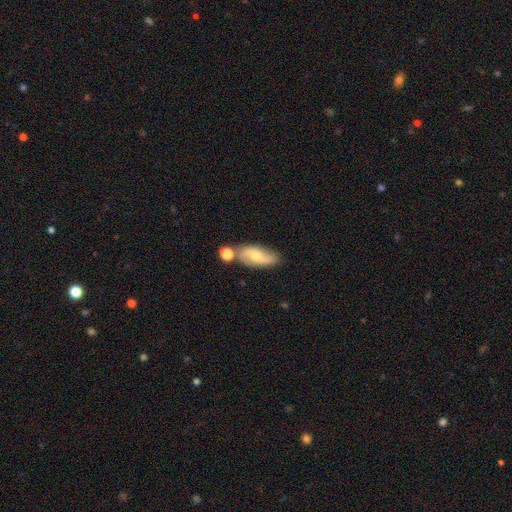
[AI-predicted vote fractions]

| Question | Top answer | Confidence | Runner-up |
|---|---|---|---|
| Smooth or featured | featured or disk | 50% | smooth (42%) |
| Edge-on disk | no | 88% | yes (12%) |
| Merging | none | 63% | minor disturbance (17%) |